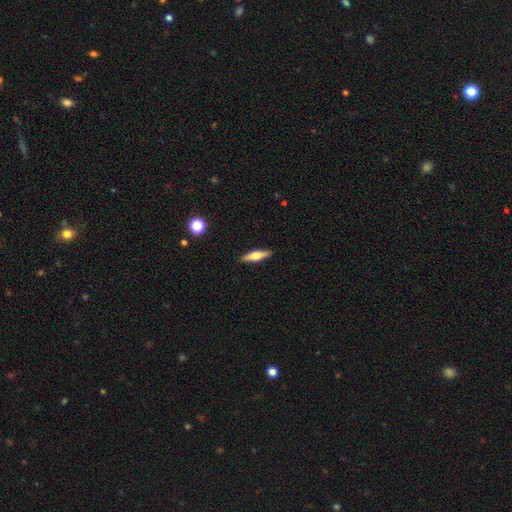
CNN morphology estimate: The model was most divided on "smooth or featured": featured or disk: 49%, smooth: 45%, star or artifact: 6%. More confident: merging — none (90%).